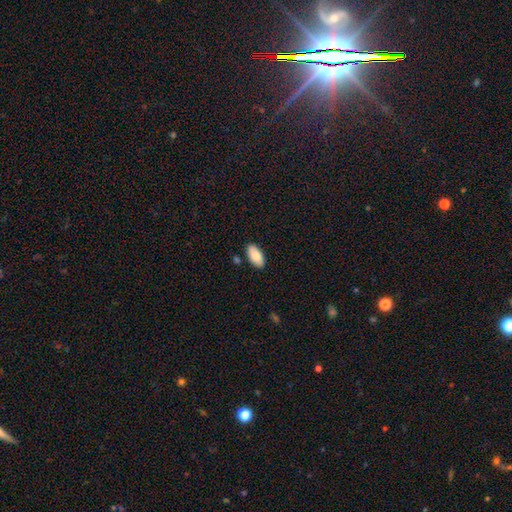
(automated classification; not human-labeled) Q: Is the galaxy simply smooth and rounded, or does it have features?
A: smooth — 84%.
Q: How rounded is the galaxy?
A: in between — 93%.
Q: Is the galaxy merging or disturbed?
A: none — 85%.